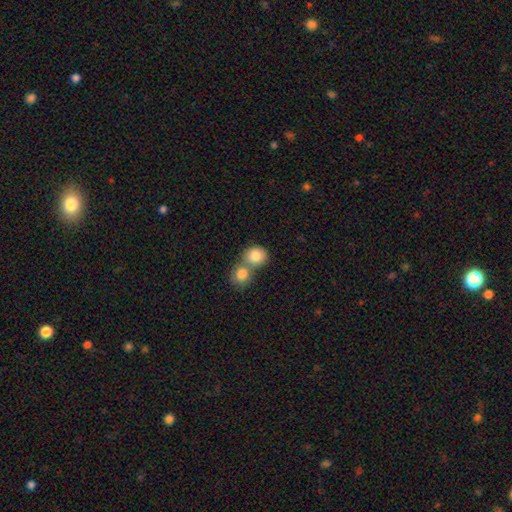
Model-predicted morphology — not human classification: This is clearly a smooth galaxy (84%). How rounded: likely round (77%). Merging: possibly merger (57%).